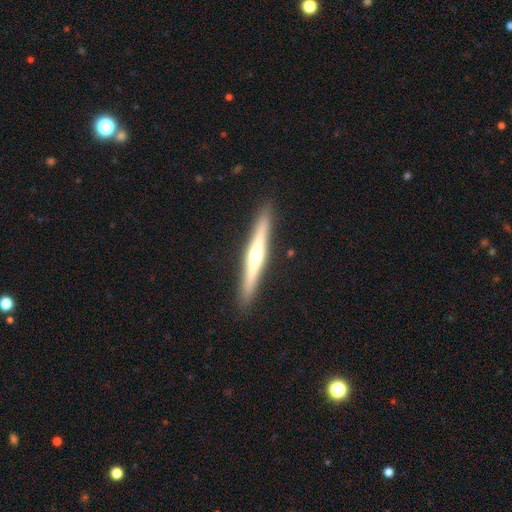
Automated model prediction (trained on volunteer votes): Smooth or featured? Predicted: featured or disk (p=0.69). Edge-on disk? Predicted: yes (p=0.97). Edge-on bulge? Predicted: rounded (p=0.87). Merging? Predicted: none (p=0.91).